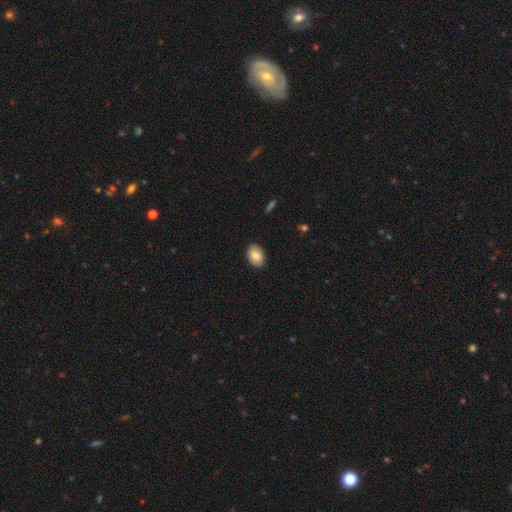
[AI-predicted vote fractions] The model was most divided on "how rounded": in between: 85%, round: 14%, cigar-shaped: 1%. More confident: merging — none (88%); smooth or featured — smooth (82%).